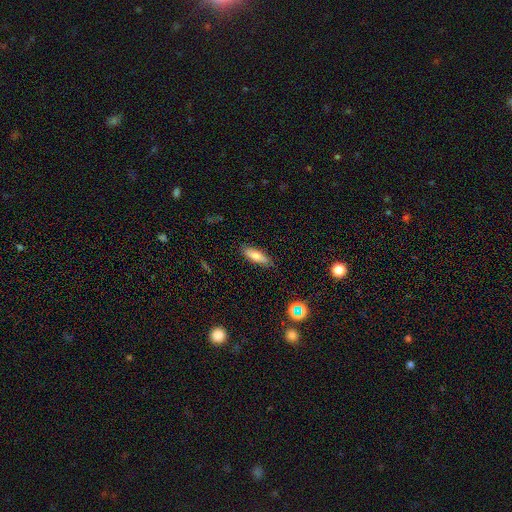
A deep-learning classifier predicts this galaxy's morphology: The model was most divided on "how rounded": in between: 57%, cigar-shaped: 41%, round: 3%. More confident: merging — none (85%); smooth or featured — smooth (71%).